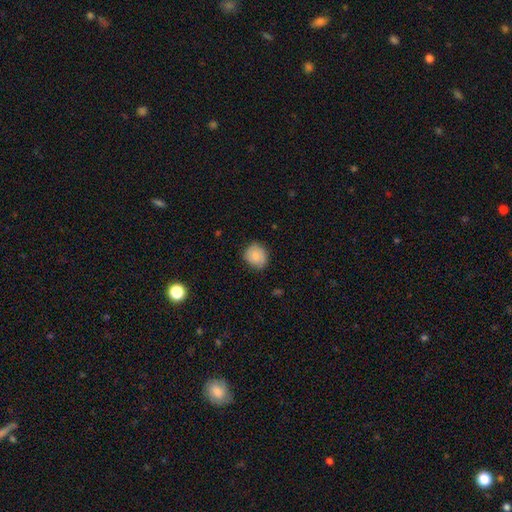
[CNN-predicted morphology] A smooth galaxy with no disk features (83%) that is round (79%).

Vote fractions:
- Smooth or featured? smooth: 83% / featured or disk: 9% / star or artifact: 8%
- How rounded? round: 79% / in between: 20% / cigar-shaped: 1%
- Merging? none: 78% / minor disturbance: 18% / major disturbance: 3% / merger: 1%